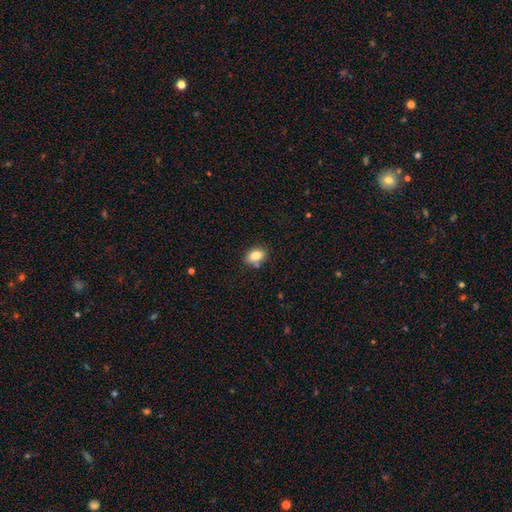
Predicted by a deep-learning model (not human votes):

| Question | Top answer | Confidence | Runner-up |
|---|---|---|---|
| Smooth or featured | smooth | 83% | star or artifact (9%) |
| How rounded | in between | 75% | round (24%) |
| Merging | none | 70% | minor disturbance (17%) |